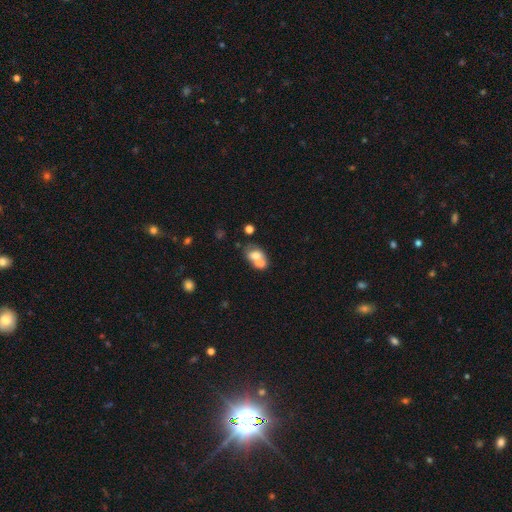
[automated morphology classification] smooth_or_featured: smooth (p=0.64) [alt: featured or disk p=0.25]
how_rounded: in between (p=0.72) [alt: round p=0.26]
merging: merger (p=0.56) [alt: none p=0.29]